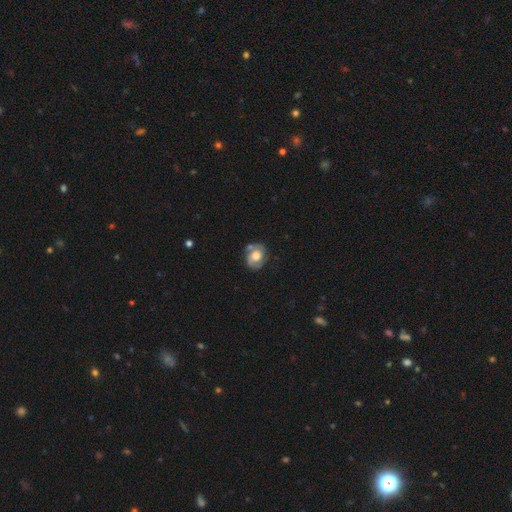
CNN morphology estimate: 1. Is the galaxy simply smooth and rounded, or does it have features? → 62% featured or disk, 31% smooth, 7% star or artifact.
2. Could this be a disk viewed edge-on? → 97% no, 3% yes.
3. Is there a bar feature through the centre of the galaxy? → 67% no, 27% weak, 6% strong.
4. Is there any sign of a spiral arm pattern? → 80% yes, 20% no.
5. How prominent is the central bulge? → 44% moderate, 43% large, 7% small, 3% dominant, 3% none.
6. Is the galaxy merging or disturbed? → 64% none, 20% minor disturbance, 9% merger, 7% major disturbance.